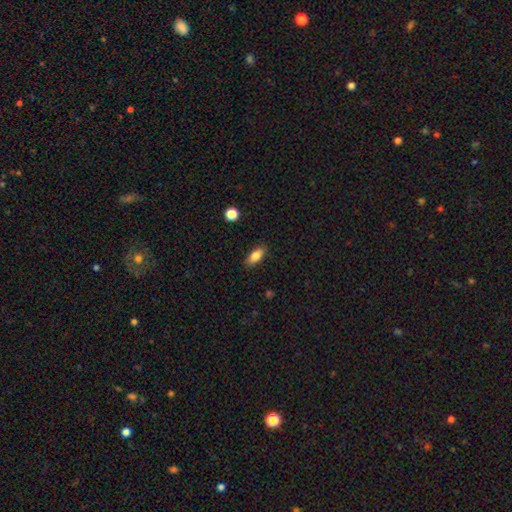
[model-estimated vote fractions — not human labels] Smooth or featured? Predicted: smooth (p=0.83). How rounded? Predicted: in between (p=0.83). Merging? Predicted: none (p=0.86).